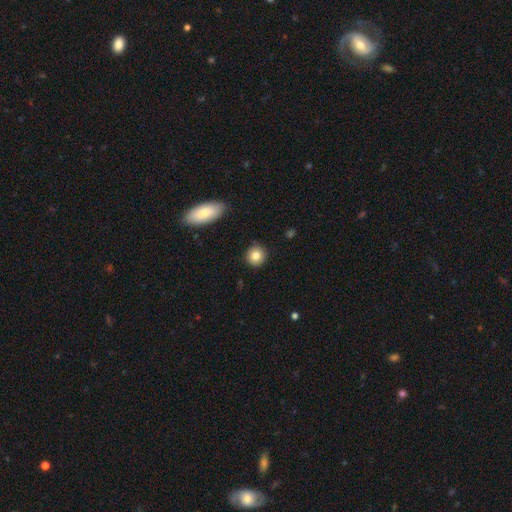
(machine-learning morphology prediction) smooth 83%, star or artifact 9%, featured or disk 8%. Down the decision tree: how rounded — round (91%); merging — none (91%).